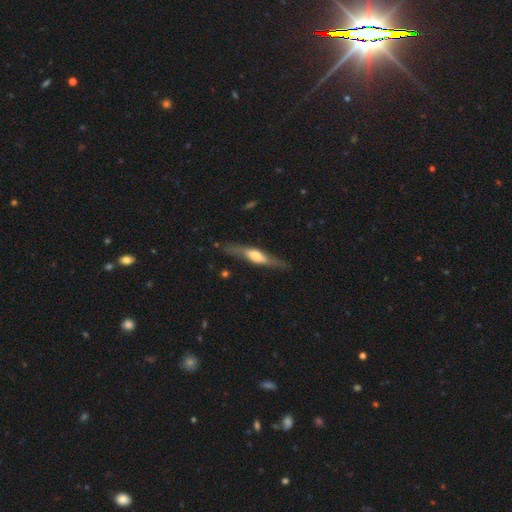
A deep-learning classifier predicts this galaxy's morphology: featured or disk 62%, smooth 32%, star or artifact 5%. Down the decision tree: edge-on disk — yes (85%); edge-on bulge — rounded (74%); merging — none (78%).